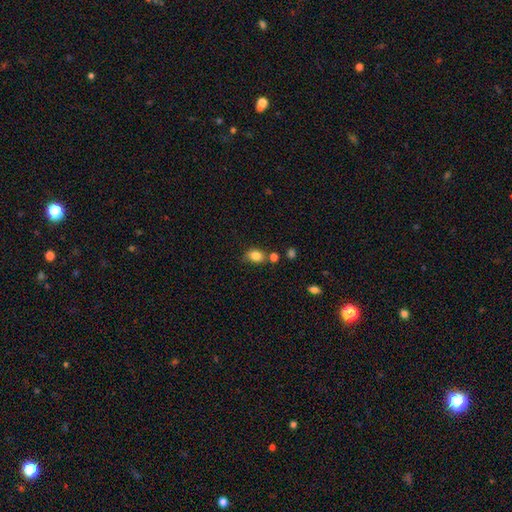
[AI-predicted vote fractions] The model was most divided on "how rounded": in between: 56%, round: 43%, cigar-shaped: 1%. More confident: smooth or featured — smooth (83%); merging — none (62%).